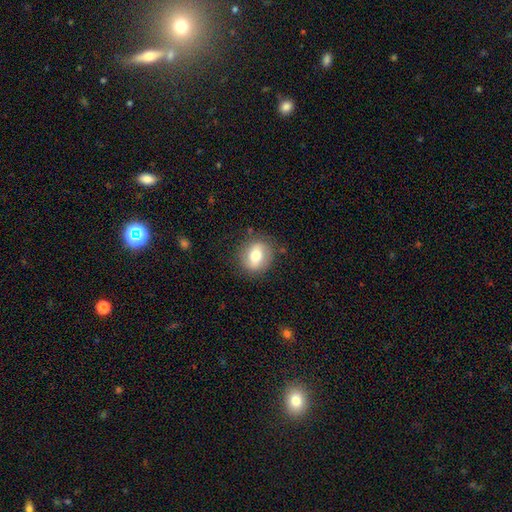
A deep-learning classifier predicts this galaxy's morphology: A smooth galaxy with no disk features (63%) that is round (67%).

Vote fractions:
- Smooth or featured? smooth: 63% / featured or disk: 29% / star or artifact: 8%
- How rounded? round: 67% / in between: 31% / cigar-shaped: 1%
- Merging? none: 80% / minor disturbance: 14% / major disturbance: 5% / merger: 1%